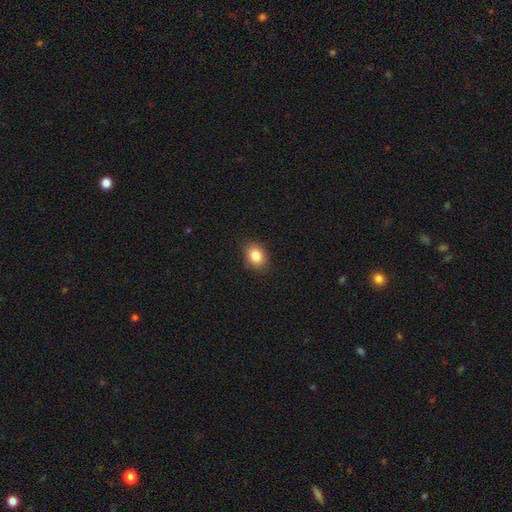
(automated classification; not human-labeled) The model was most divided on "how rounded": in between: 72%, round: 27%, cigar-shaped: 1%. More confident: merging — none (86%); smooth or featured — smooth (85%).